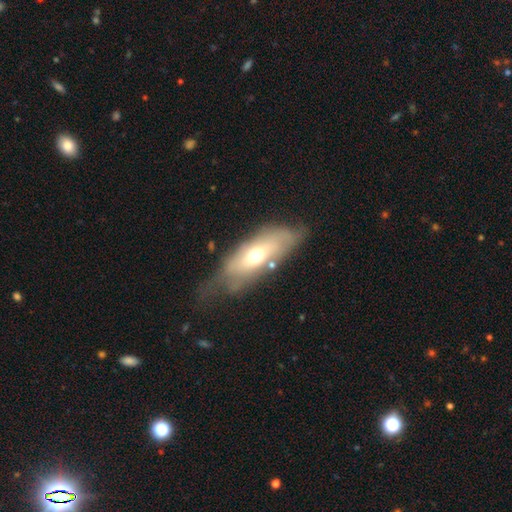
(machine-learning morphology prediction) A smooth galaxy with no disk features (50%). Merging: none (44%).